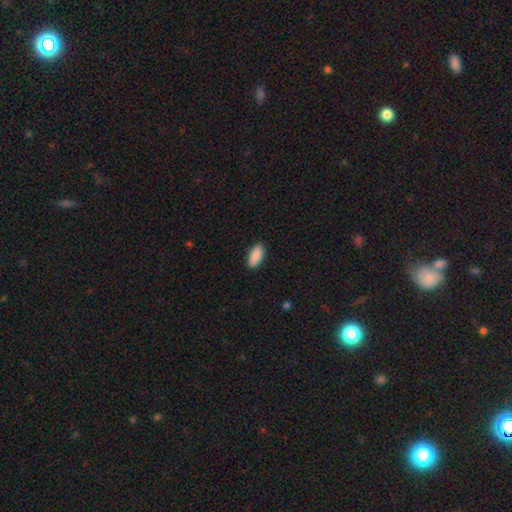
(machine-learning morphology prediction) Smooth or featured? smooth (90%)
How rounded? in between (86%)
Merging? none (89%)